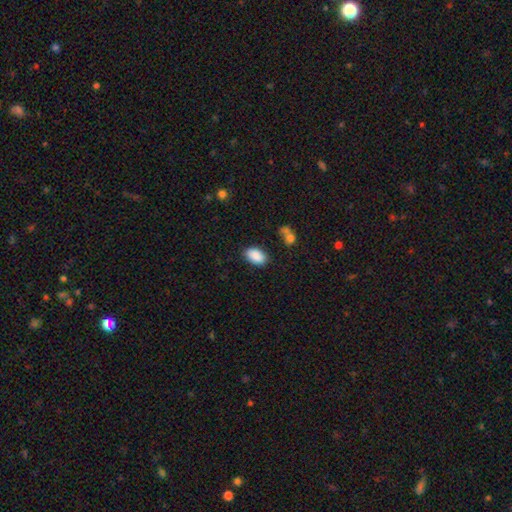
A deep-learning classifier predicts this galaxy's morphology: smooth-or-featured: smooth: 89% | star or artifact: 7% | featured or disk: 4%
  how-rounded: in between: 92% | round: 6% | cigar-shaped: 1%
  merging: none: 82% | minor disturbance: 12% | major disturbance: 3% | merger: 3%